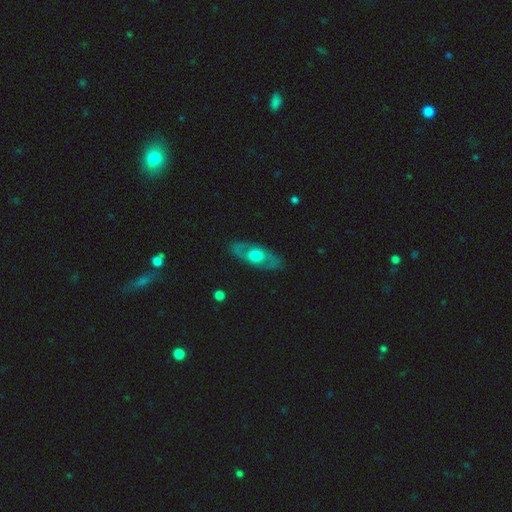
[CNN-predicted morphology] This appears to be a featured or disk galaxy (56%). Merging: none (85%).